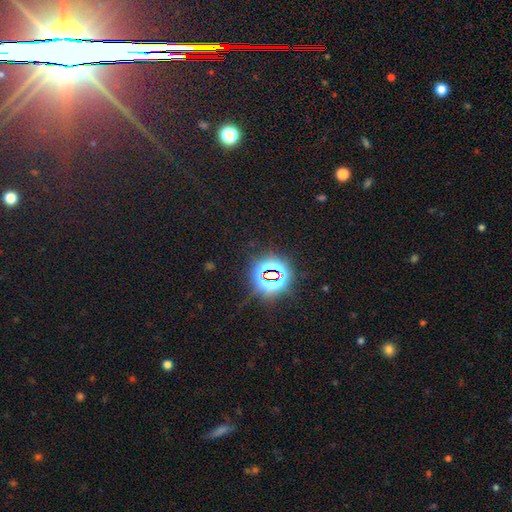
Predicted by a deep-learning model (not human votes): A star or artifact, not a galaxy (78%).